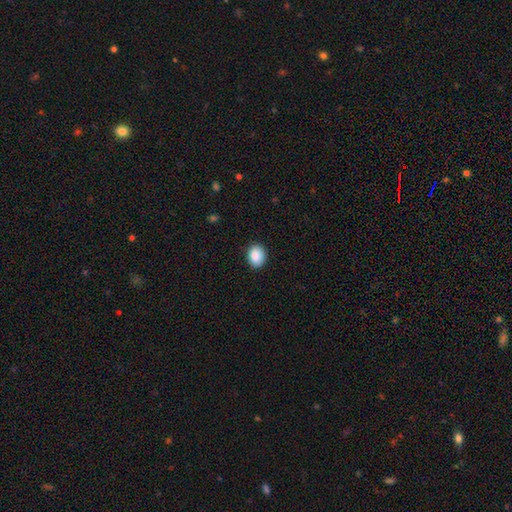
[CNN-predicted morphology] smooth-or-featured: smooth: 89% | star or artifact: 8% | featured or disk: 3%
  how-rounded: in between: 58% | round: 41% | cigar-shaped: 1%
  merging: none: 89% | minor disturbance: 8% | major disturbance: 2% | merger: 1%